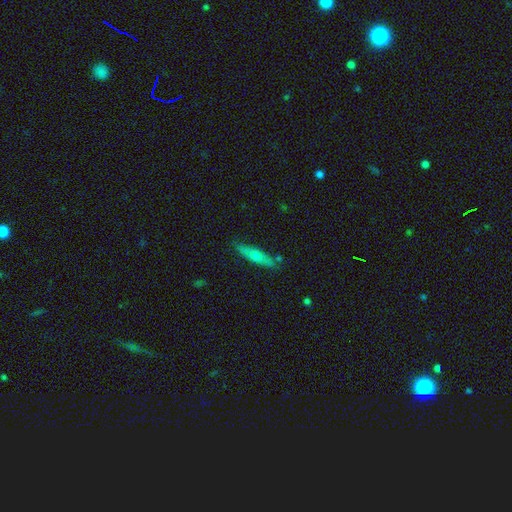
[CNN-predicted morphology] type=smooth (52%); roundness=cigar-shaped (78%); merging=none (80%).